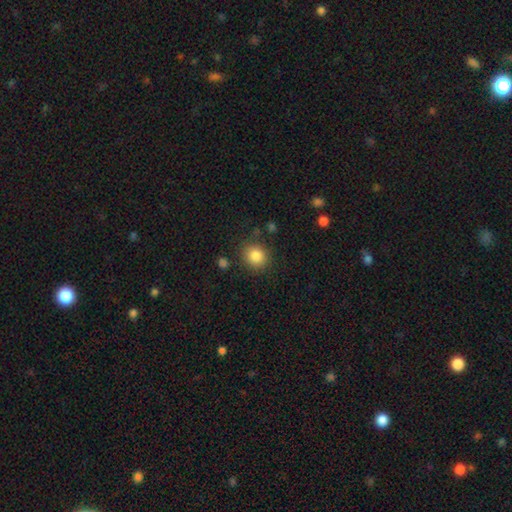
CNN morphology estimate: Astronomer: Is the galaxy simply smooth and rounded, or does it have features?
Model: smooth — 85%.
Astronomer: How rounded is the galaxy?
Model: round — 84%.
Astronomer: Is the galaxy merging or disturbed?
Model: none — 84%.